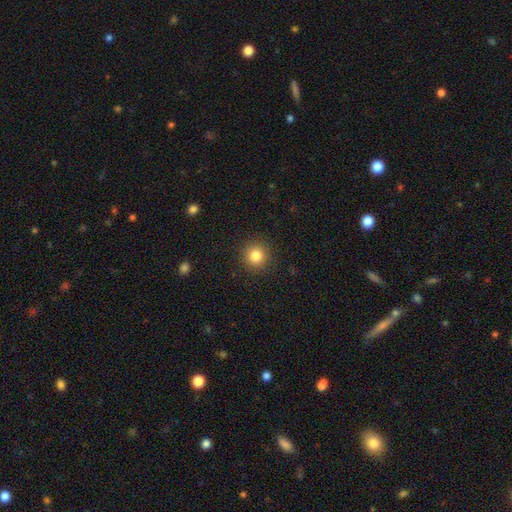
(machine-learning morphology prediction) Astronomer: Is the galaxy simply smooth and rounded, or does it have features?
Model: smooth — 83%.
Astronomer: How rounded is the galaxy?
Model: round — 94%.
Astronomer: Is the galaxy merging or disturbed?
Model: none — 91%.